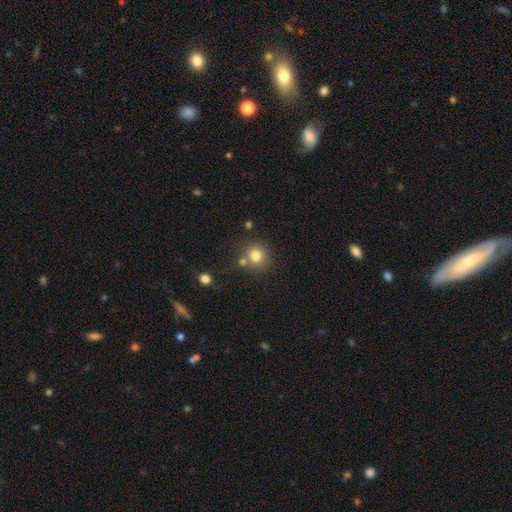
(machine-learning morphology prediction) Smooth or featured: smooth — 79% (star or artifact — 12%)
How rounded: round — 89% (in between — 10%)
Merging: none — 71% (merger — 16%)